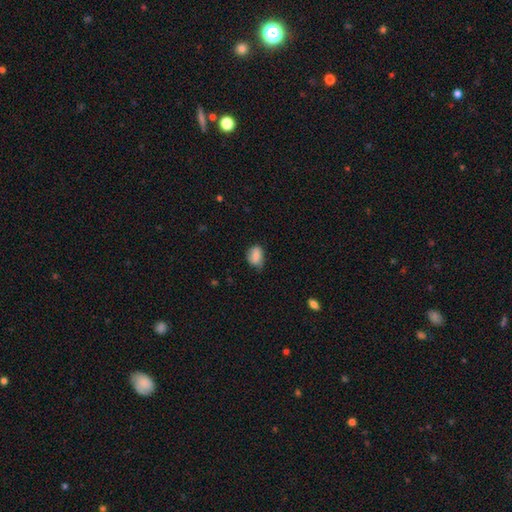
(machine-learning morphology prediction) smooth-or-featured: smooth: 83% | featured or disk: 9% | star or artifact: 8%
  how-rounded: in between: 73% | round: 26% | cigar-shaped: 1%
  merging: none: 55% | minor disturbance: 36% | major disturbance: 7% | merger: 2%